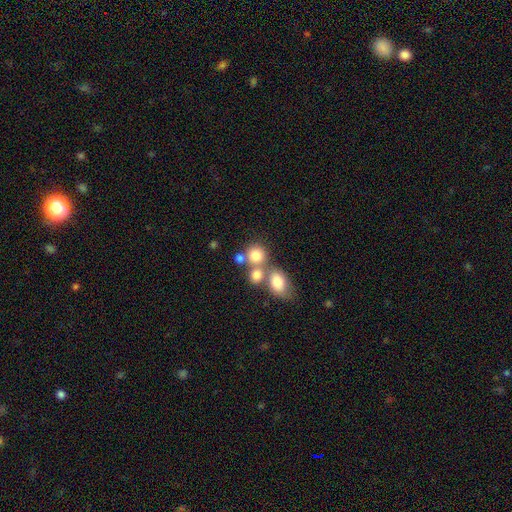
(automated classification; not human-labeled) The model was most divided on "merging": none: 45%, merger: 42%, minor disturbance: 8%, major disturbance: 5%. More confident: smooth or featured — smooth (76%); how rounded — round (75%).